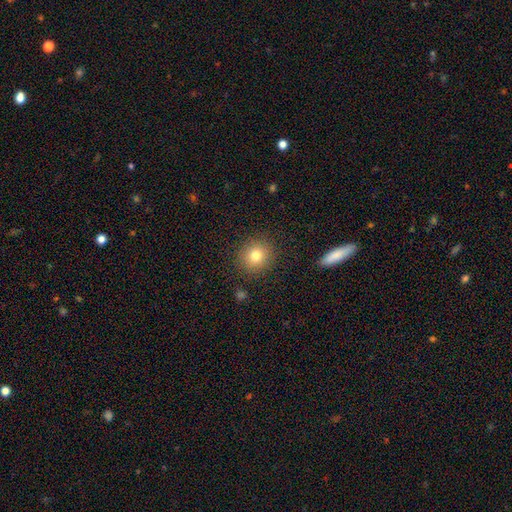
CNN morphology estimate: type=smooth (79%); roundness=round (87%); merging=none (88%).